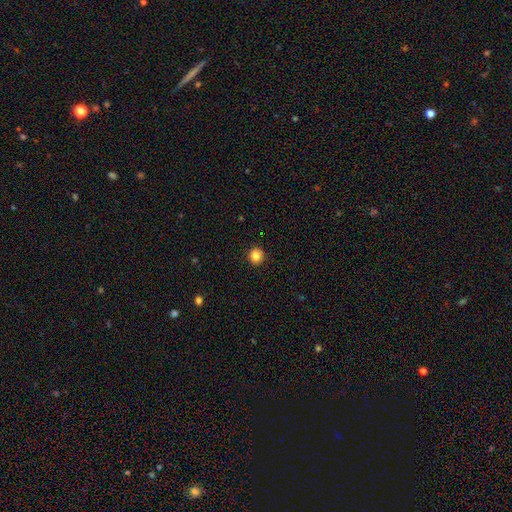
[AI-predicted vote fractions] smooth-or-featured: smooth: 84% | star or artifact: 11% | featured or disk: 5%
  how-rounded: round: 92% | in between: 8% | cigar-shaped: 1%
  merging: none: 92% | minor disturbance: 5% | major disturbance: 2% | merger: 1%